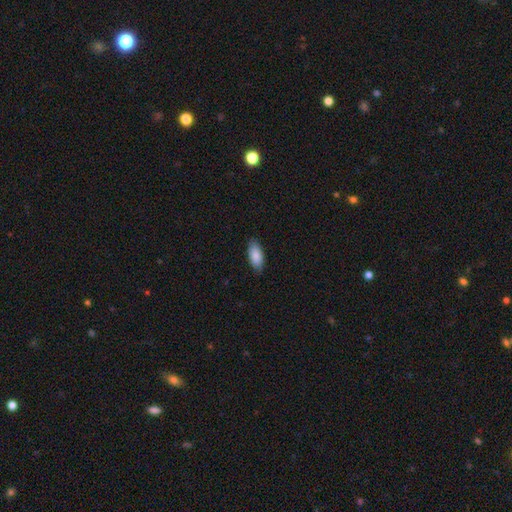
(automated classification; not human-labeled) The model was most divided on "merging": none: 85%, minor disturbance: 12%, major disturbance: 2%, merger: 1%. More confident: how rounded — in between (90%); smooth or featured — smooth (88%).